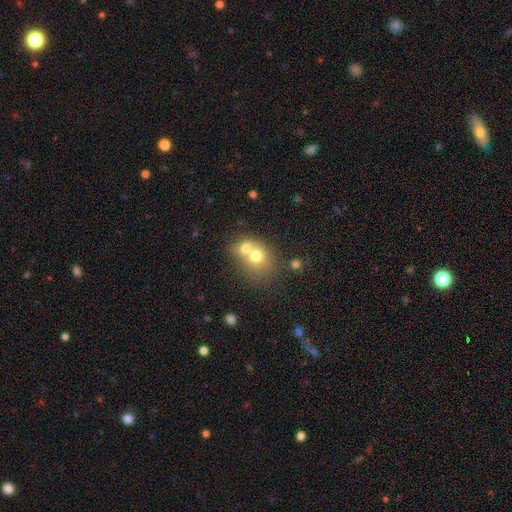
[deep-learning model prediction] Morphology: type=smooth (67%); roundness=round (65%); merging=merger (67%).